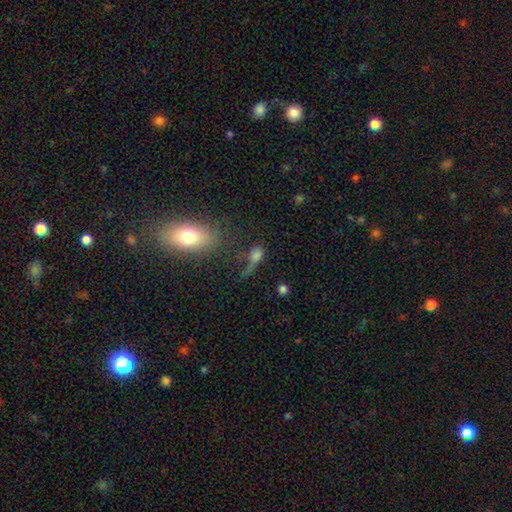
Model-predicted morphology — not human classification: Overall: smooth (63%). How rounded: in between (61%; round 28%). Merging: none (36%; major disturbance 29%).